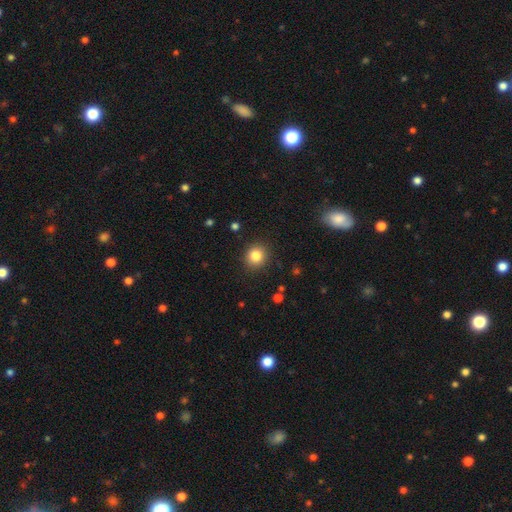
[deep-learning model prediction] Q: Smooth or featured?
A: smooth (83%); runner-up: star or artifact (11%)
Q: How rounded?
A: round (86%); runner-up: in between (13%)
Q: Merging?
A: none (90%); runner-up: minor disturbance (7%)